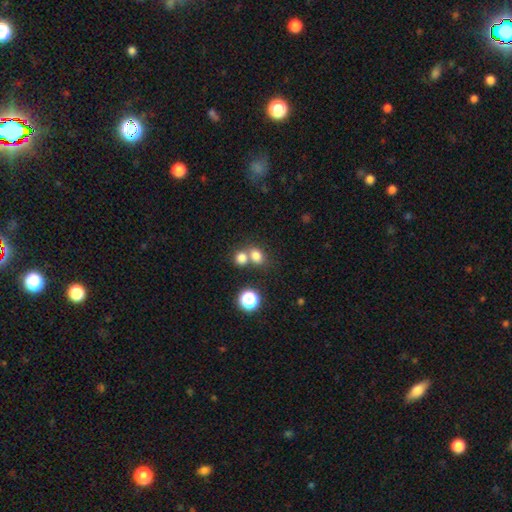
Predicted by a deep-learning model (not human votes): Overall: smooth (77%). How rounded: round (52%; in between 47%). Merging: none (47%; merger 42%).